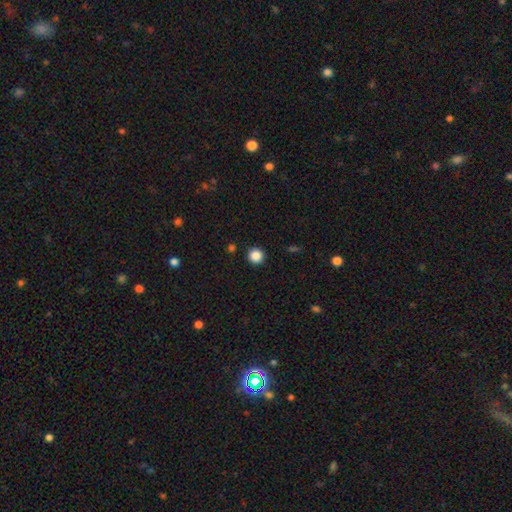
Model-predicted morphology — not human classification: Overall: smooth (86%). How rounded: round (95%). Merging: none (92%).